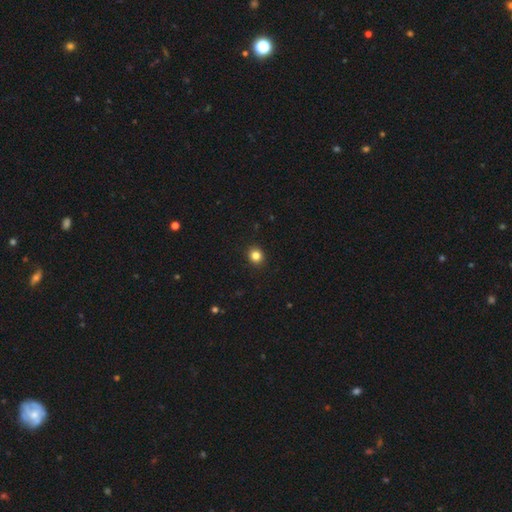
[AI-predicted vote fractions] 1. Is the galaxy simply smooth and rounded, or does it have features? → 83% smooth, 12% star or artifact, 5% featured or disk.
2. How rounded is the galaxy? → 87% round, 12% in between, 1% cigar-shaped.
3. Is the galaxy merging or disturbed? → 93% none, 5% minor disturbance, 2% major disturbance, 1% merger.